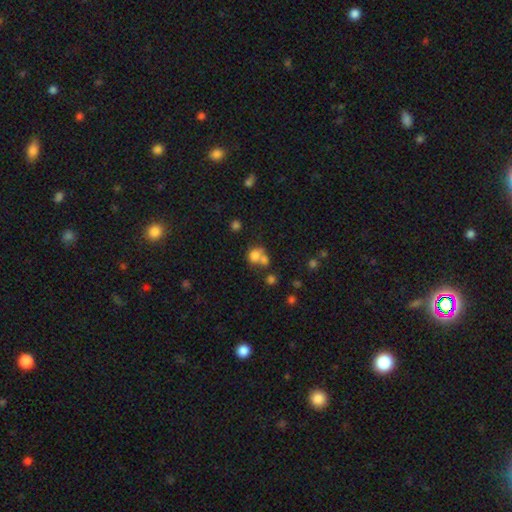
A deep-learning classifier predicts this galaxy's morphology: smooth 72%, featured or disk 14%, star or artifact 14%. Down the decision tree: how rounded — round (61%); merging — merger (51%).